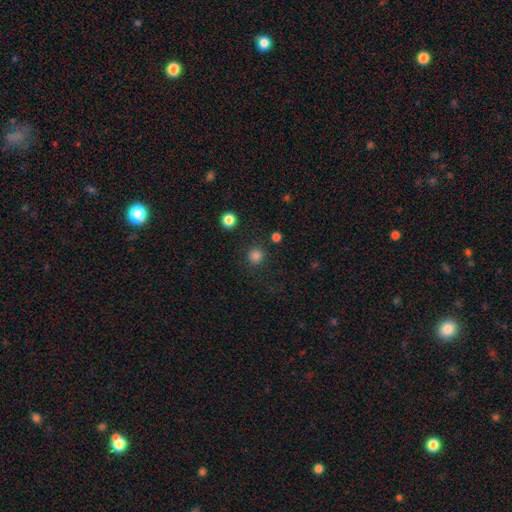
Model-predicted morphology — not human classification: smooth-or-featured: smooth: 83% | star or artifact: 14% | featured or disk: 3%
  how-rounded: round: 93% | in between: 6% | cigar-shaped: 1%
  merging: none: 87% | minor disturbance: 7% | major disturbance: 3% | merger: 2%